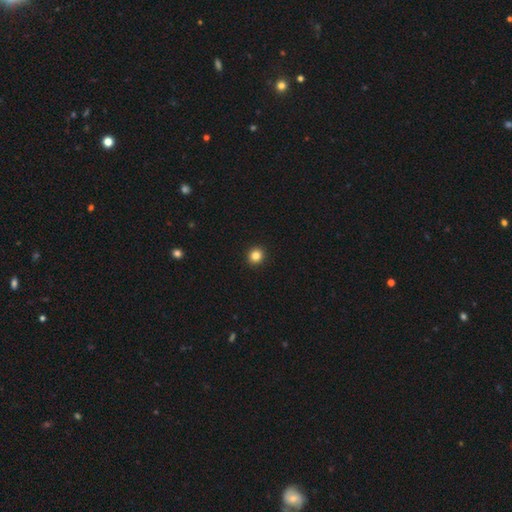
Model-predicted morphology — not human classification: Overall: smooth (84%). How rounded: round (87%). Merging: none (93%).